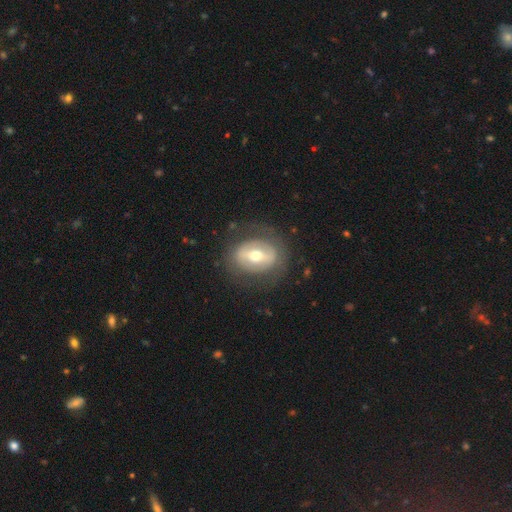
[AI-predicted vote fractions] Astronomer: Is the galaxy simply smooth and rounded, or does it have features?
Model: featured or disk — 63%.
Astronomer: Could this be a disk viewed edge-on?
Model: no — 91%.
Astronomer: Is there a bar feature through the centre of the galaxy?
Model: strong — 50% (runner-up: weak, 30%).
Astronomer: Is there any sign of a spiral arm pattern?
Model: no — 73%.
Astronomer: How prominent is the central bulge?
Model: moderate — 65%.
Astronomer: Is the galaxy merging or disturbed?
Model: none — 76%.